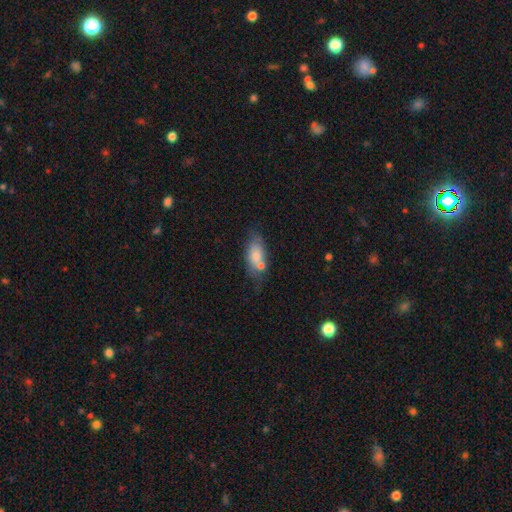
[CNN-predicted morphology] Overall: smooth (73%). How rounded: in between (85%). Merging: none (45%; merger 23%).